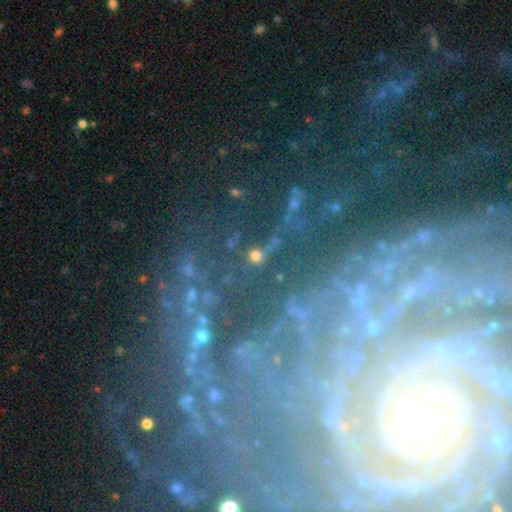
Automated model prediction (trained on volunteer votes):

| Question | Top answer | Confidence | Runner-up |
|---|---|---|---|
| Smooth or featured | star or artifact | 41% | smooth (38%) |